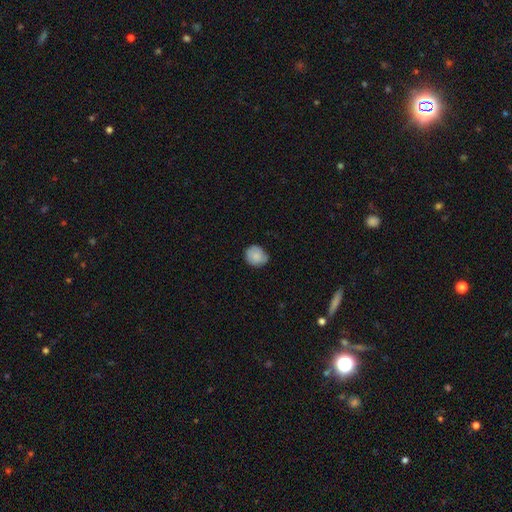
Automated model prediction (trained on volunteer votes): This is likely a smooth galaxy (77%). How rounded: likely round (70%). Merging: likely none (69%).